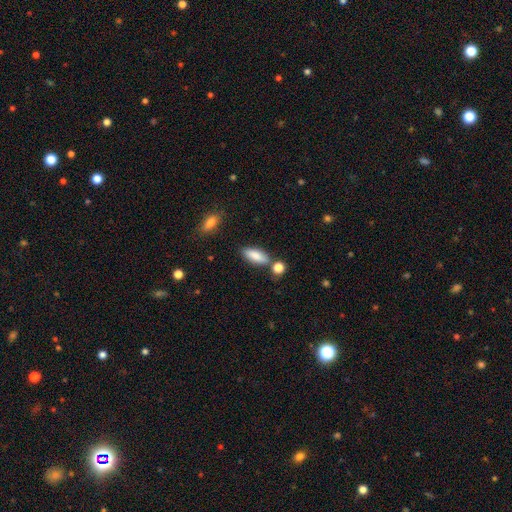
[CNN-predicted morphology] smooth_or_featured: smooth (p=0.83) [alt: featured or disk p=0.10]
how_rounded: in between (p=0.68) [alt: cigar-shaped p=0.29]
merging: none (p=0.71) [alt: minor disturbance p=0.13]